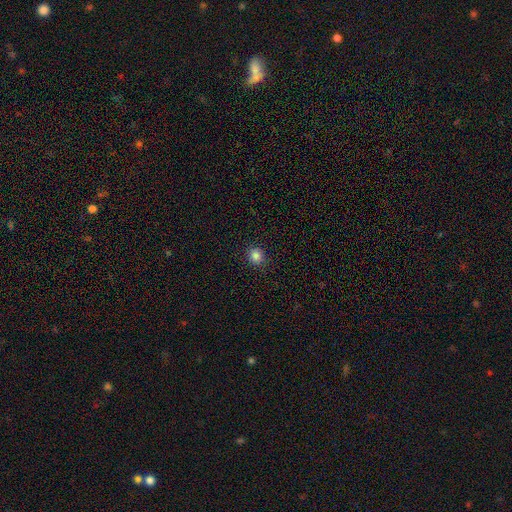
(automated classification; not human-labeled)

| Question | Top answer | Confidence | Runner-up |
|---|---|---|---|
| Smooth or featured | smooth | 84% | star or artifact (12%) |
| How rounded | round | 86% | in between (13%) |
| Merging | none | 90% | minor disturbance (7%) |